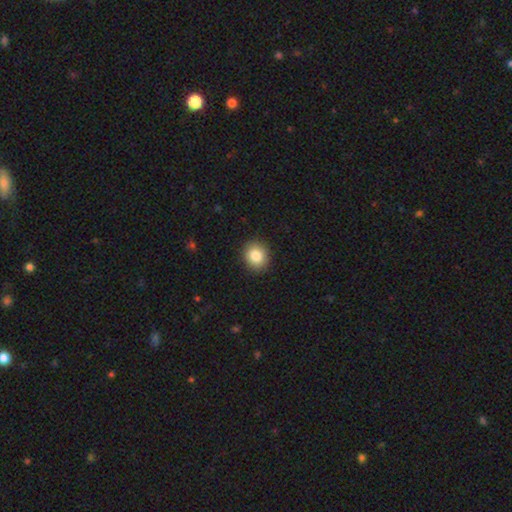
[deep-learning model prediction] Overall: smooth (85%). How rounded: round (75%). Merging: none (90%).